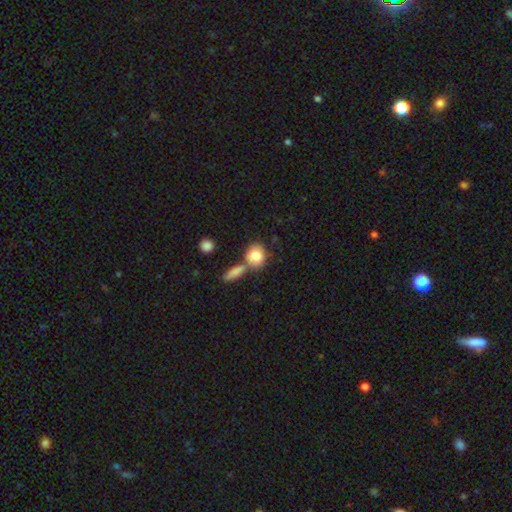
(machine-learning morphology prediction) The model was most divided on "merging": none: 50%, merger: 33%, minor disturbance: 12%, major disturbance: 5%. More confident: smooth or featured — smooth (81%); how rounded — round (59%).